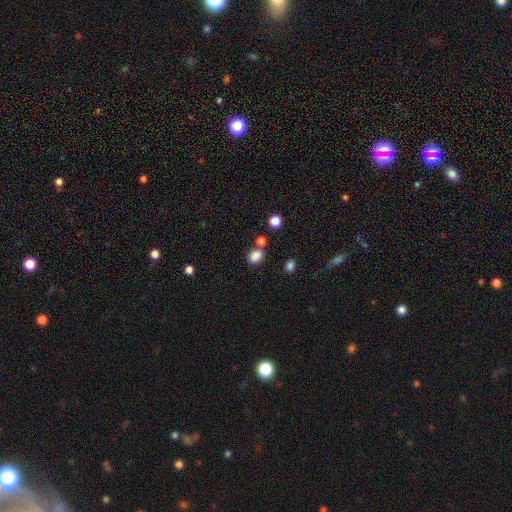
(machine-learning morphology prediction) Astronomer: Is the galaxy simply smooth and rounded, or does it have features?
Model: smooth — 84%.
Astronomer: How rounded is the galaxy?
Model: round — 56% (runner-up: in between, 43%).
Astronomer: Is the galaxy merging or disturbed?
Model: none — 70%.